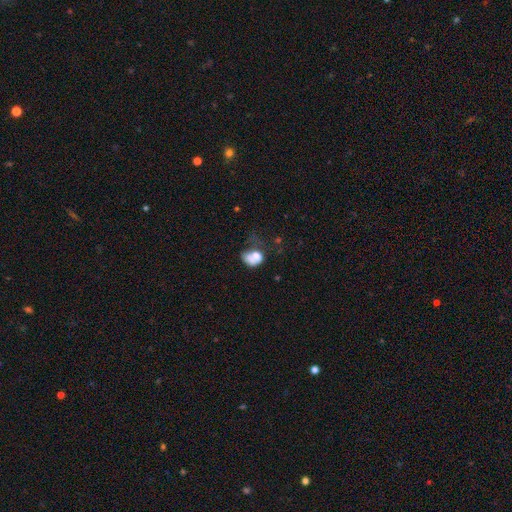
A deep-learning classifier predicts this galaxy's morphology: smooth 61%, featured or disk 28%, star or artifact 11%. Down the decision tree: how rounded — in between (63%); merging — major disturbance (33%).